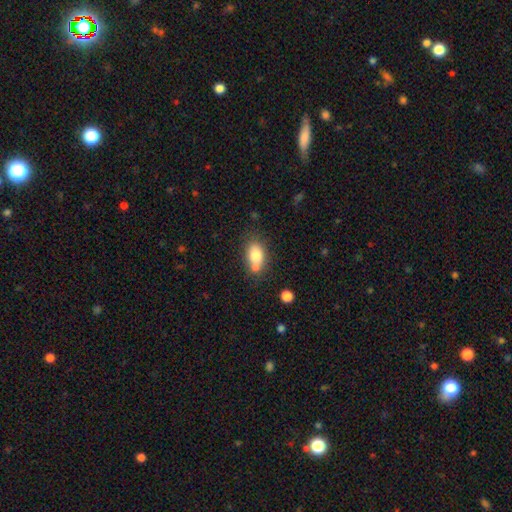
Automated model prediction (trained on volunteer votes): Morphology: type=smooth (77%); roundness=in between (81%); merging=none (48%).